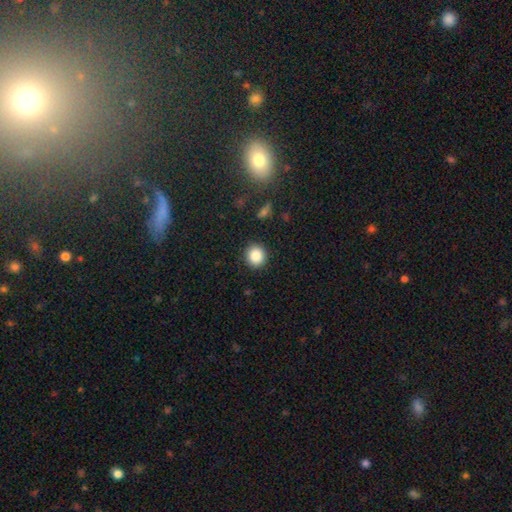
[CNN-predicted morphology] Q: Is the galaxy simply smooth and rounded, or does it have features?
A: smooth — 86%.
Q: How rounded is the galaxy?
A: round — 90%.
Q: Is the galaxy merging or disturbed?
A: none — 91%.